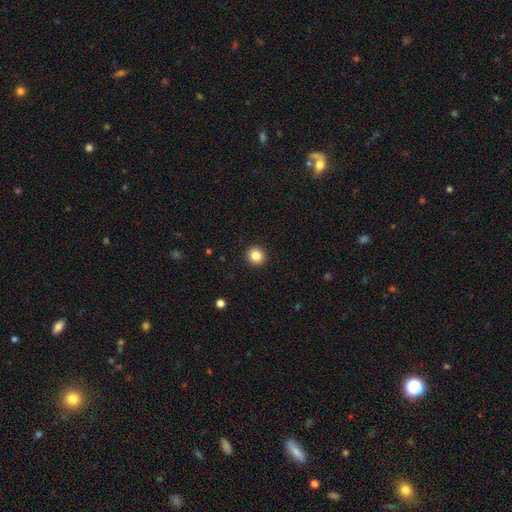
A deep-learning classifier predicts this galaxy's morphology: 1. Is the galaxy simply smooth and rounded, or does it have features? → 85% smooth, 10% star or artifact, 5% featured or disk.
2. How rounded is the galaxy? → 90% round, 9% in between, 1% cigar-shaped.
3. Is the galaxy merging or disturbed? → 93% none, 5% minor disturbance, 2% major disturbance, 1% merger.